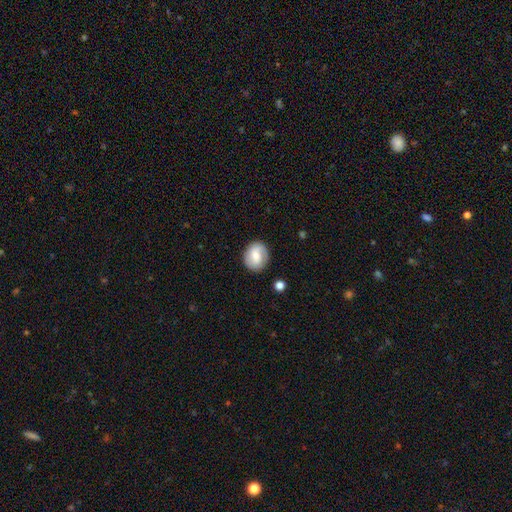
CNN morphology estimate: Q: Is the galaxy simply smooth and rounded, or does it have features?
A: smooth — 63%.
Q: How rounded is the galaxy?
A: round — 66%.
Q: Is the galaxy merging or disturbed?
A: none — 85%.